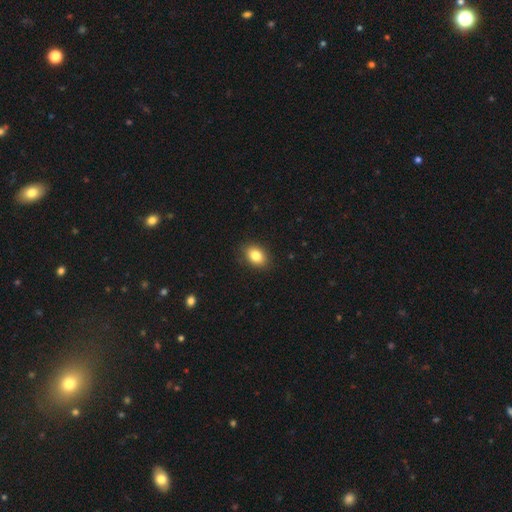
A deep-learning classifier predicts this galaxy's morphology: smooth-or-featured: smooth: 83% | star or artifact: 9% | featured or disk: 8%
  how-rounded: in between: 78% | round: 21% | cigar-shaped: 1%
  merging: none: 88% | minor disturbance: 9% | major disturbance: 2% | merger: 1%